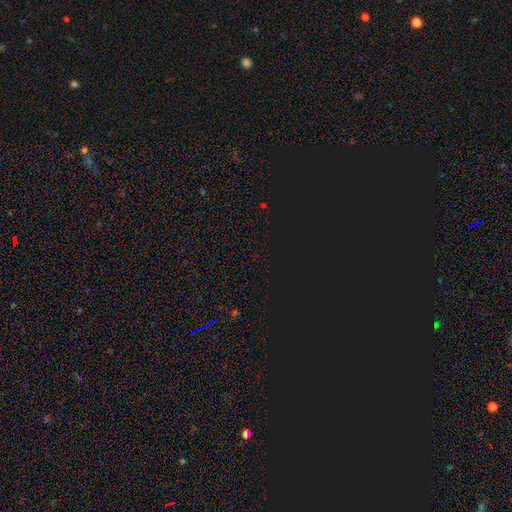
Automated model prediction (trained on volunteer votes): smooth-or-featured: star or artifact: 77% | smooth: 16% | featured or disk: 7%